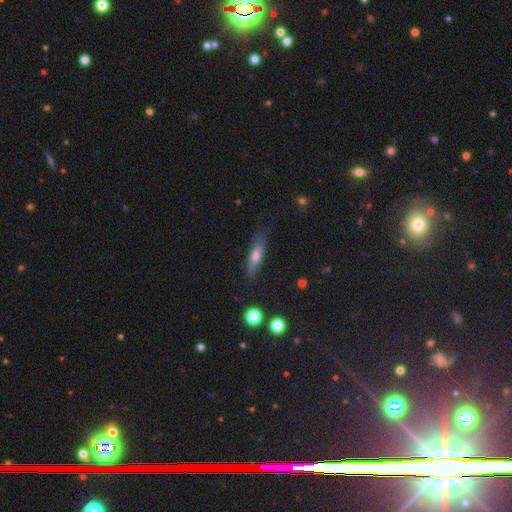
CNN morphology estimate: type=smooth (58%); roundness=cigar-shaped (69%); merging=none (75%).